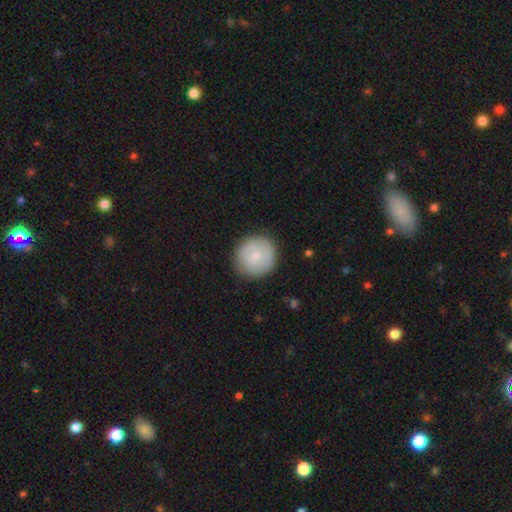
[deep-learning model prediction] Smooth or featured? smooth (70%)
How rounded? round (93%)
Merging? none (85%)